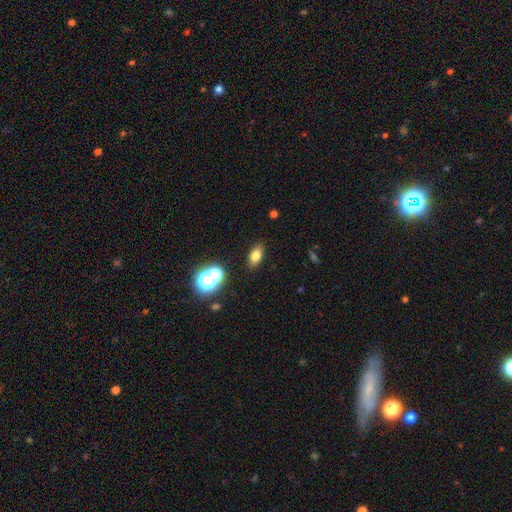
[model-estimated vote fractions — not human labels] A smooth galaxy with no disk features (71%) that is in between round and cigar-shaped (80%).

Vote fractions:
- Smooth or featured? smooth: 71% / featured or disk: 15% / star or artifact: 14%
- How rounded? in between: 80% / round: 10% / cigar-shaped: 10%
- Merging? none: 85% / minor disturbance: 9% / major disturbance: 3% / merger: 3%